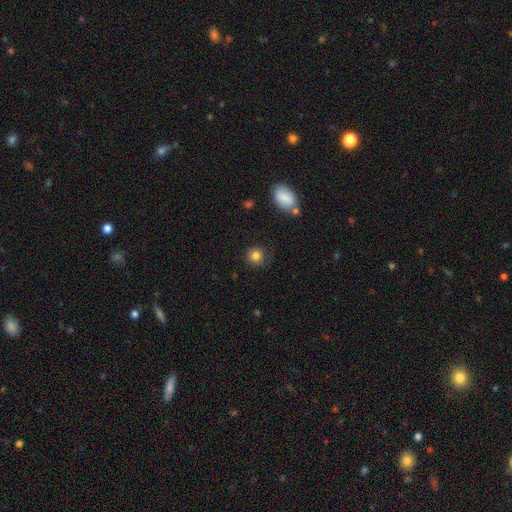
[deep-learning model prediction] The model was most divided on "merging": none: 80%, minor disturbance: 13%, major disturbance: 5%, merger: 2%. More confident: how rounded — round (88%); smooth or featured — smooth (82%).